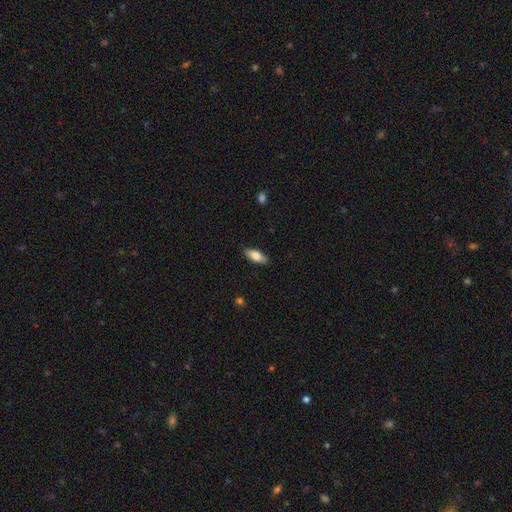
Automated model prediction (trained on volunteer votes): smooth 76%, featured or disk 18%, star or artifact 6%. Down the decision tree: how rounded — in between (83%); merging — none (87%).